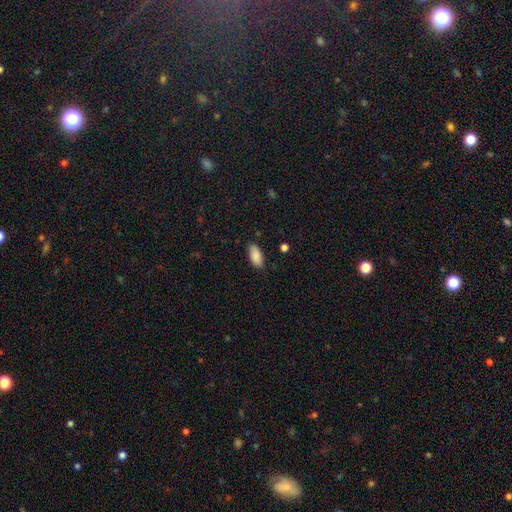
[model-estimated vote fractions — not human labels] Overall: smooth (89%). How rounded: in between (90%). Merging: none (86%).